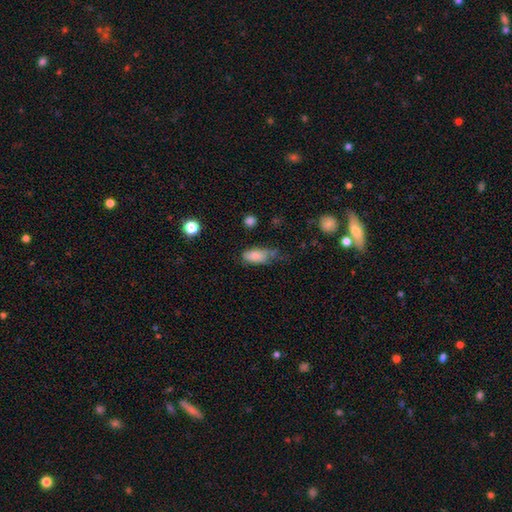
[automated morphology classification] smooth_or_featured: smooth (p=0.81) [alt: featured or disk p=0.10]
how_rounded: in between (p=0.87) [alt: cigar-shaped p=0.09]
merging: none (p=0.39) [alt: minor disturbance p=0.38]